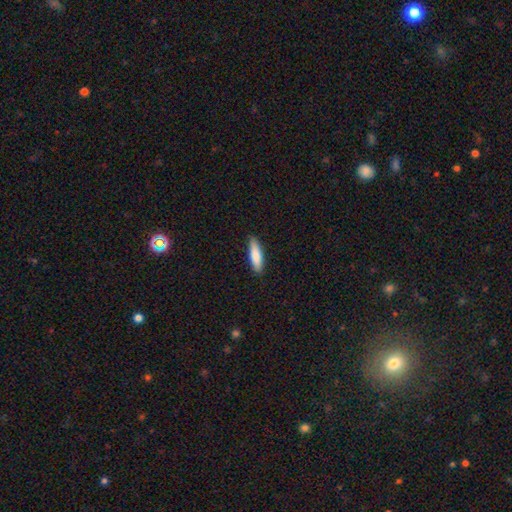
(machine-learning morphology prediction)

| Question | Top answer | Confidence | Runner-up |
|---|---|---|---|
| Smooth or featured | smooth | 81% | featured or disk (13%) |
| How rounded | cigar-shaped | 63% | in between (36%) |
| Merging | none | 89% | minor disturbance (9%) |